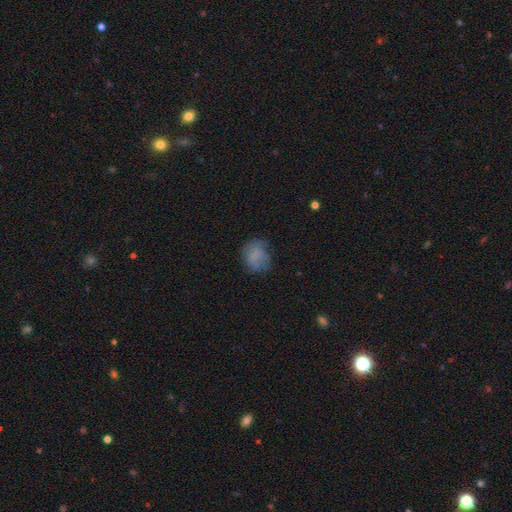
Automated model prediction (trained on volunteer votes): smooth-or-featured: smooth: 70% | featured or disk: 18% | star or artifact: 11%
  how-rounded: round: 58% | in between: 41% | cigar-shaped: 1%
  merging: none: 52% | minor disturbance: 28% | major disturbance: 18% | merger: 2%